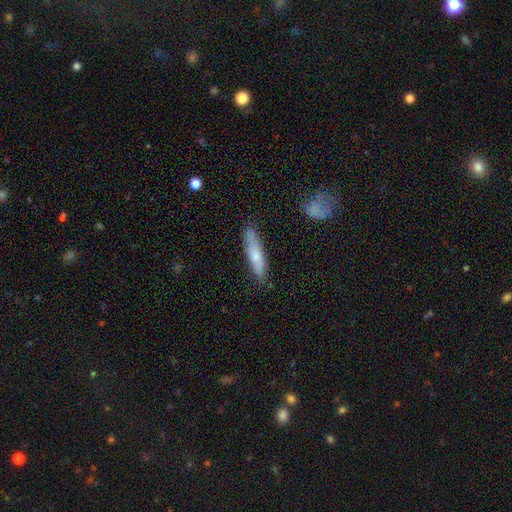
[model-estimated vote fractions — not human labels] The model was most divided on "smooth or featured": smooth: 66%, featured or disk: 29%, star or artifact: 6%. More confident: how rounded — cigar-shaped (83%); merging — none (81%).